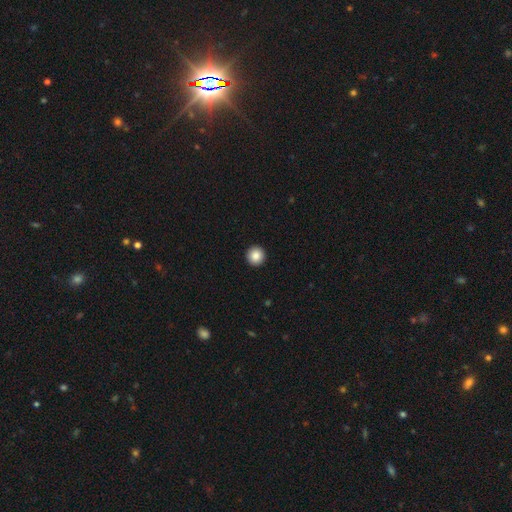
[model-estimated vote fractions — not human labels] A smooth galaxy with no disk features (88%) that is round (96%).

Vote fractions:
- Smooth or featured? smooth: 88% / star or artifact: 9% / featured or disk: 4%
- How rounded? round: 96% / in between: 3% / cigar-shaped: 1%
- Merging? none: 94% / minor disturbance: 4% / major disturbance: 1% / merger: 1%